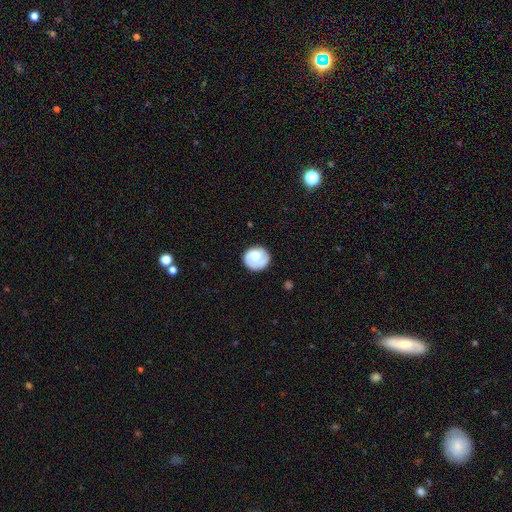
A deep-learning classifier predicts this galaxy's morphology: This appears to be a smooth galaxy with no disk features (64%) that is round (88%). Merging: none (78%).